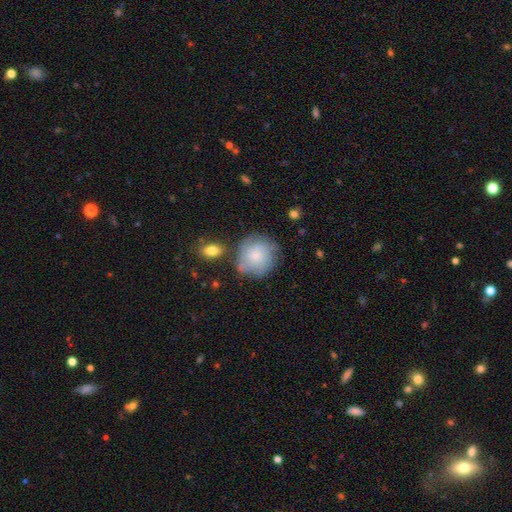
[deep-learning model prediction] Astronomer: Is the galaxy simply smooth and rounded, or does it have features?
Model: smooth — 66%.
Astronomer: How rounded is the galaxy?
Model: round — 86%.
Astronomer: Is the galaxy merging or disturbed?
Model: none — 66%.